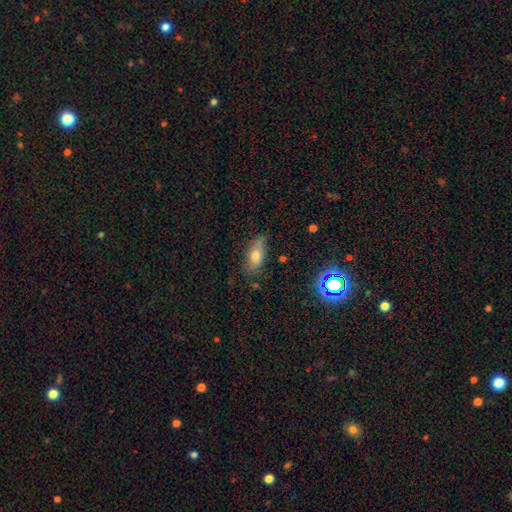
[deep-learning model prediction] smooth-or-featured: smooth: 68% | featured or disk: 21% | star or artifact: 11%
  how-rounded: in between: 79% | cigar-shaped: 16% | round: 5%
  merging: none: 69% | minor disturbance: 24% | major disturbance: 5% | merger: 2%